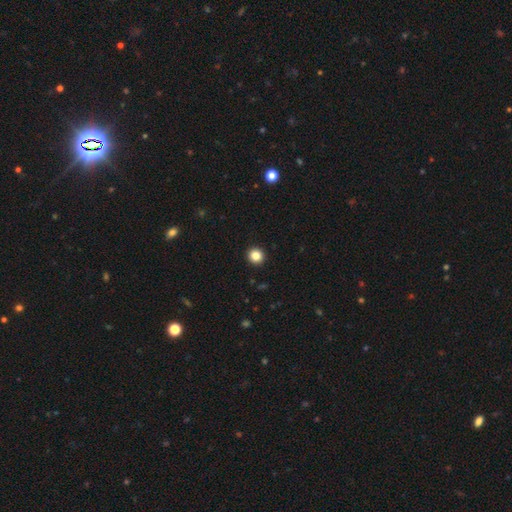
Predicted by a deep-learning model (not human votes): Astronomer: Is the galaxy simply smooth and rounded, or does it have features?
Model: smooth — 85%.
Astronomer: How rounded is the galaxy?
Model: round — 94%.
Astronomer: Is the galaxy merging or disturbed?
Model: none — 94%.